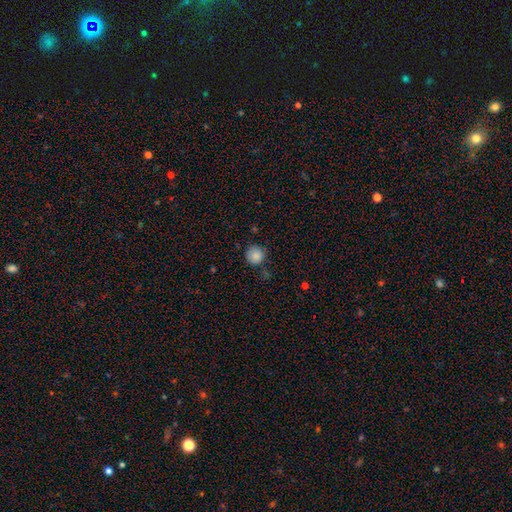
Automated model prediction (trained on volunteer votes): A smooth galaxy with no disk features (86%) that is round (92%). Merging: none (78%).